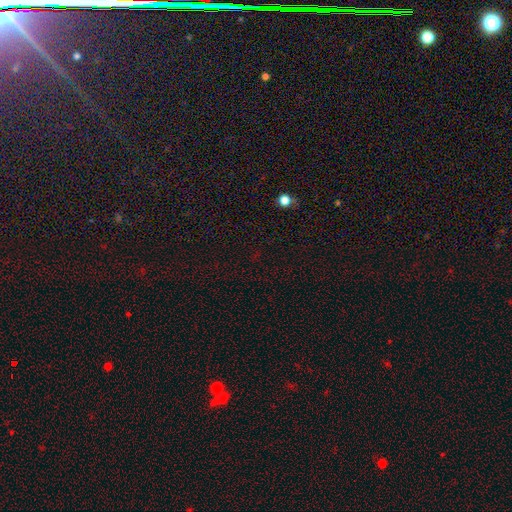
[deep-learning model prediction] A star or artifact, not a galaxy (70%).